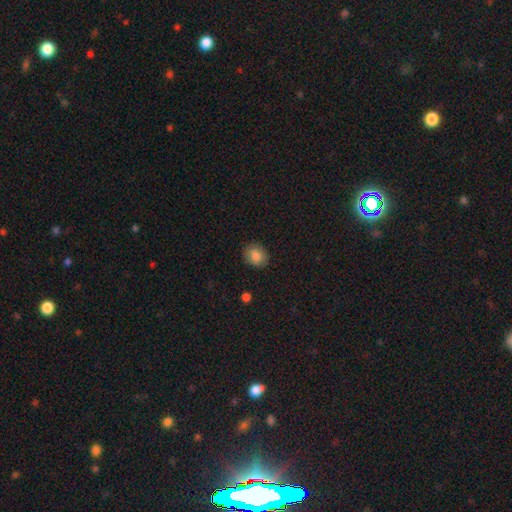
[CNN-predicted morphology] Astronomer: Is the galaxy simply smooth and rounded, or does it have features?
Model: smooth — 85%.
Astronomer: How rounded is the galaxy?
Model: round — 54% (runner-up: in between, 45%).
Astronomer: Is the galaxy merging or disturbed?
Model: none — 87%.